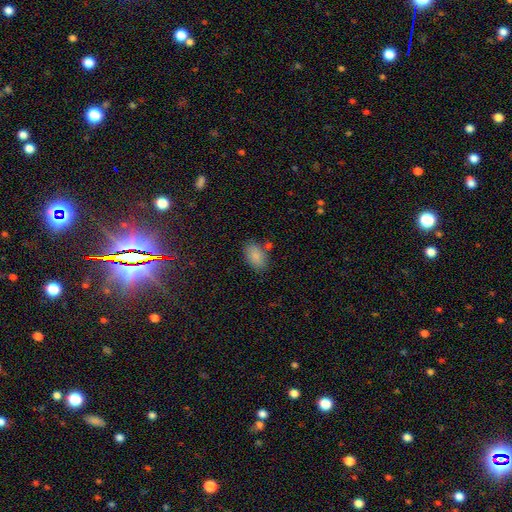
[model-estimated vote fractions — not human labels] Morphology: type=smooth (86%); roundness=in between (92%); merging=none (73%).